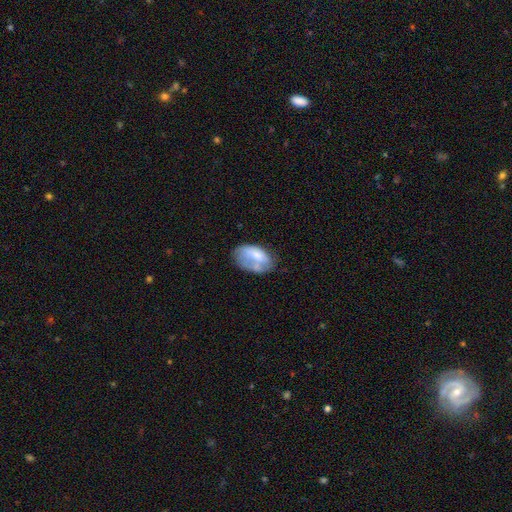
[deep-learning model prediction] A smooth galaxy with no disk features (58%) that is in between round and cigar-shaped (90%).

Vote fractions:
- Smooth or featured? smooth: 58% / featured or disk: 35% / star or artifact: 8%
- How rounded? in between: 90% / round: 8% / cigar-shaped: 2%
- Merging? none: 40% / minor disturbance: 30% / major disturbance: 21% / merger: 9%